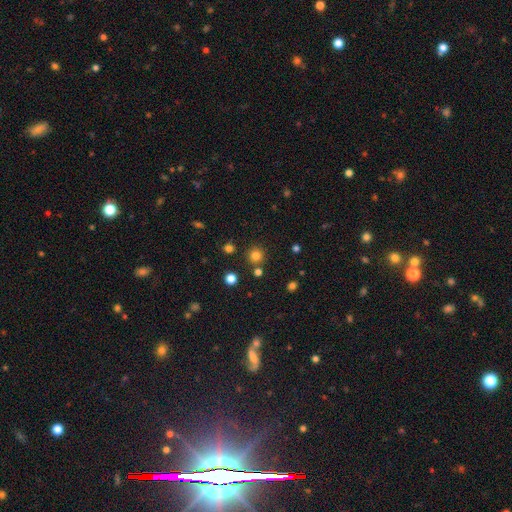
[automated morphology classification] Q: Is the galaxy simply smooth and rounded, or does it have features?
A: smooth — 79%.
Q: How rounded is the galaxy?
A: round — 94%.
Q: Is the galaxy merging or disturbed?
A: none — 85%.